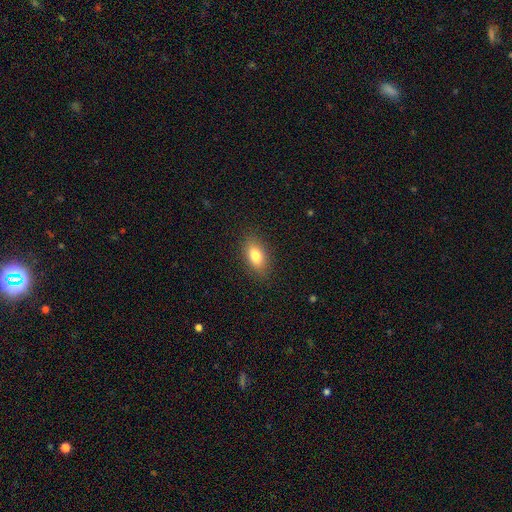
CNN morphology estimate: A smooth galaxy with no disk features (81%) that is in between round and cigar-shaped (87%). Merging: none (87%).